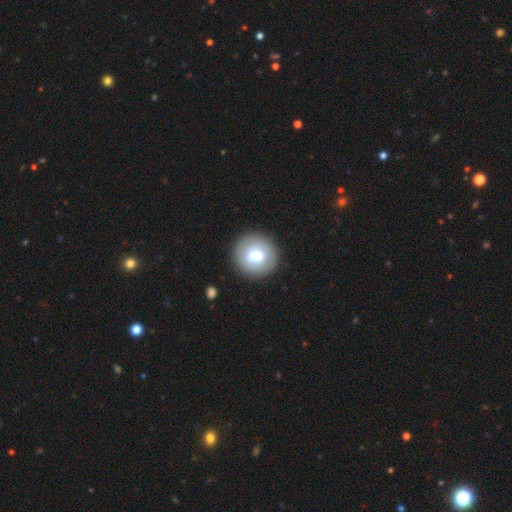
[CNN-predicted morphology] This appears to be a smooth galaxy with no disk features (66%) that is round (90%). Merging: none (84%).